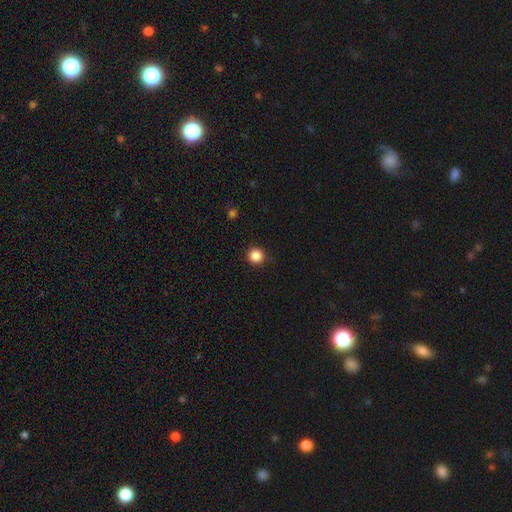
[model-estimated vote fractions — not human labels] Q: Smooth or featured?
A: smooth (87%); runner-up: star or artifact (10%)
Q: How rounded?
A: round (95%); runner-up: in between (4%)
Q: Merging?
A: none (91%); runner-up: minor disturbance (6%)